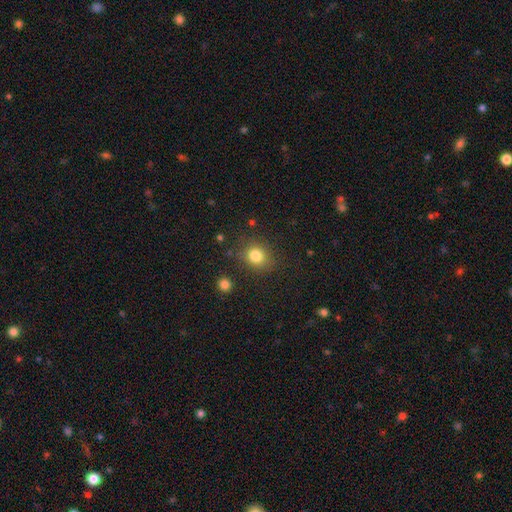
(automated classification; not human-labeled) smooth_or_featured: smooth (p=0.82) [alt: star or artifact p=0.12]
how_rounded: round (p=0.74) [alt: in between p=0.25]
merging: none (p=0.80) [alt: minor disturbance p=0.12]